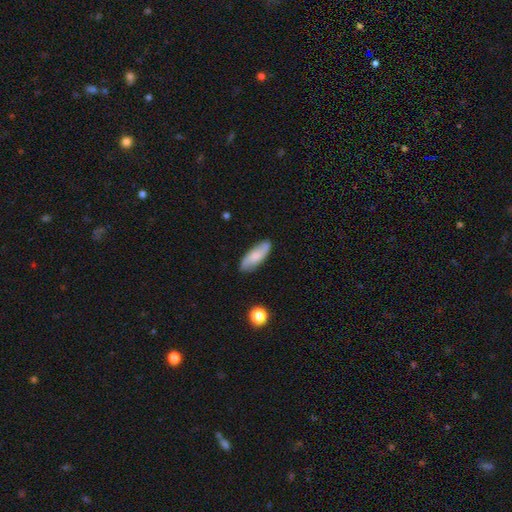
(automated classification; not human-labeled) smooth-or-featured: smooth: 60% | featured or disk: 33% | star or artifact: 7%
  how-rounded: in between: 67% | cigar-shaped: 31% | round: 2%
  merging: none: 82% | minor disturbance: 13% | major disturbance: 3% | merger: 2%